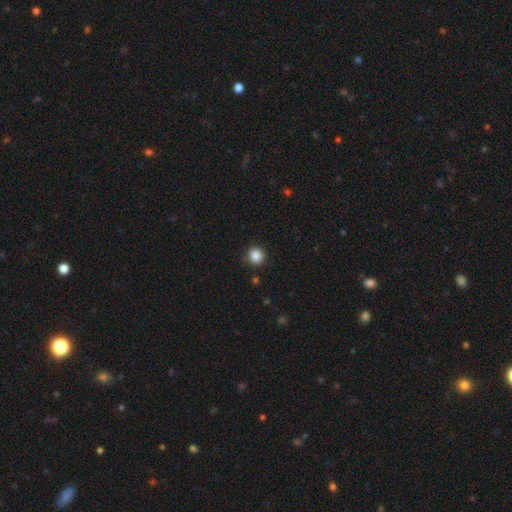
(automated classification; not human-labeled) Q: Smooth or featured?
A: smooth (86%); runner-up: star or artifact (11%)
Q: How rounded?
A: round (94%); runner-up: in between (5%)
Q: Merging?
A: none (89%); runner-up: minor disturbance (7%)